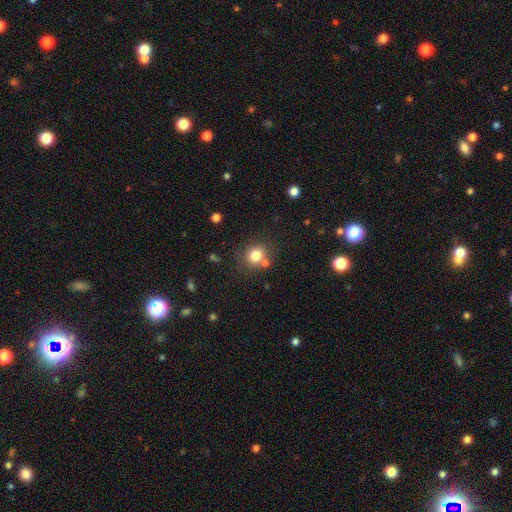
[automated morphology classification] smooth_or_featured: smooth (p=0.79) [alt: star or artifact p=0.12]
how_rounded: round (p=0.77) [alt: in between p=0.22]
merging: none (p=0.68) [alt: merger p=0.17]